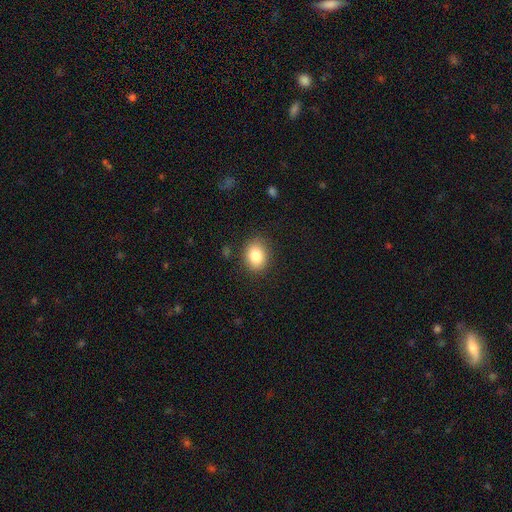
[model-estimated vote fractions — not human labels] Q: Smooth or featured?
A: smooth (84%); runner-up: star or artifact (9%)
Q: How rounded?
A: in between (53%); runner-up: round (46%)
Q: Merging?
A: none (86%); runner-up: minor disturbance (9%)